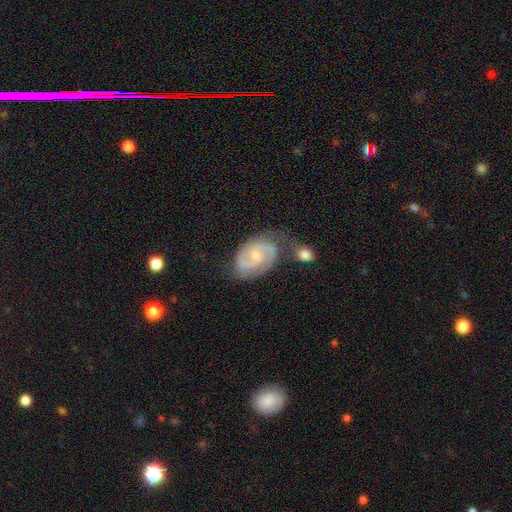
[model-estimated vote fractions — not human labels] smooth-or-featured: featured or disk: 80% | smooth: 15% | star or artifact: 6%
  disk-edge-on: no: 97% | yes: 3%
    bar: no: 48% | weak: 45% | strong: 7%
    has-spiral-arms: yes: 95% | no: 5%
      spiral-winding: medium: 48% | tight: 37% | loose: 15%
      spiral-arm-count: 2: 83% | can't tell: 8% | 3: 3% | 1: 3% | 4: 1% | more than 4: 1%
    bulge-size: small: 57% | moderate: 29% | none: 11% | large: 2% | dominant: 1%
  merging: none: 53% | minor disturbance: 24% | merger: 14% | major disturbance: 10%